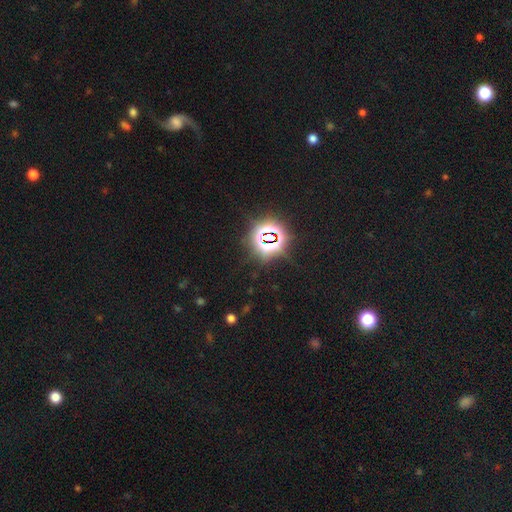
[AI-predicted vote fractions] Overall: star or artifact (83%).